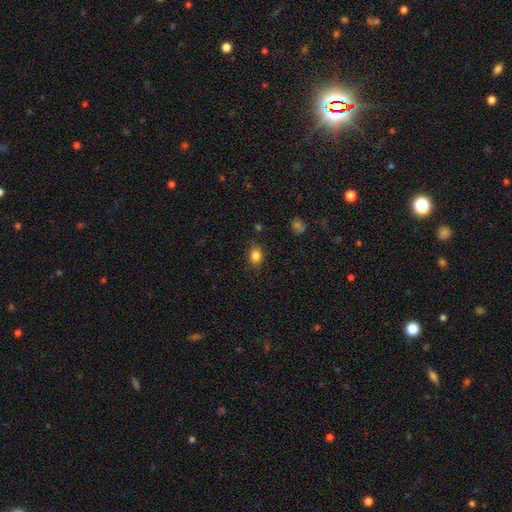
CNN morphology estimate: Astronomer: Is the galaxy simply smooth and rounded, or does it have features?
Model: smooth — 84%.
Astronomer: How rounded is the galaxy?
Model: in between — 54% (runner-up: round, 45%).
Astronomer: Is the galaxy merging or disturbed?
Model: none — 76%.